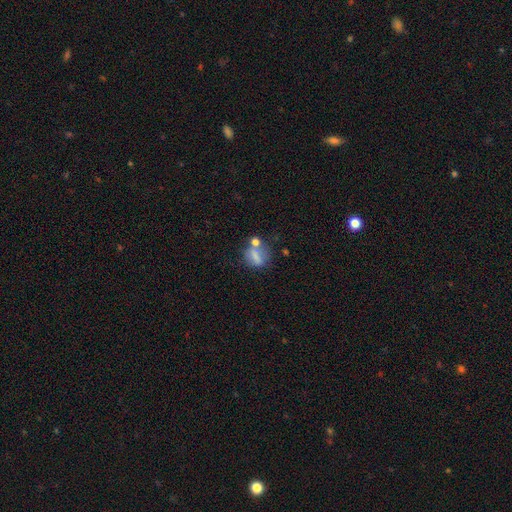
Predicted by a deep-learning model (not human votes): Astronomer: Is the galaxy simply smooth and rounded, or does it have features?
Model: smooth — 65%.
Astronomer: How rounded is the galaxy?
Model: in between — 49% (runner-up: round, 44%).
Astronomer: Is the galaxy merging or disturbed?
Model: none — 46% (runner-up: merger, 25%).